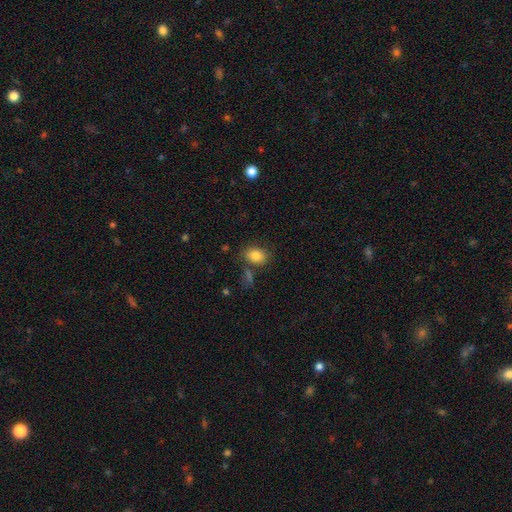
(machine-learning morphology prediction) This appears to be a smooth galaxy with no disk features (85%) that is in between round and cigar-shaped (67%). Merging: none (74%).